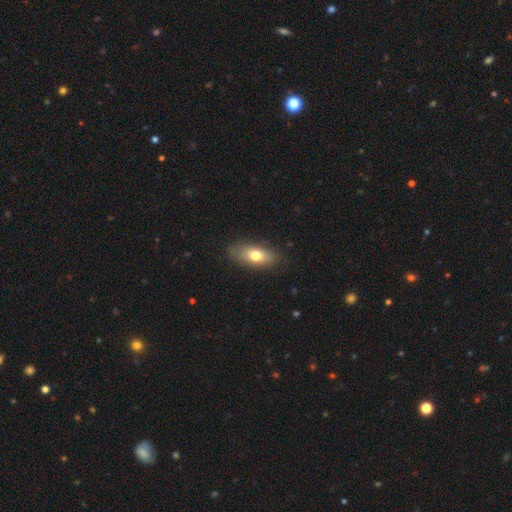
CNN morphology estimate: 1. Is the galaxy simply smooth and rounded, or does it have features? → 71% smooth, 22% featured or disk, 7% star or artifact.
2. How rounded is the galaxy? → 83% in between, 11% cigar-shaped, 5% round.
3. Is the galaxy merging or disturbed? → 82% none, 14% minor disturbance, 3% major disturbance, 1% merger.